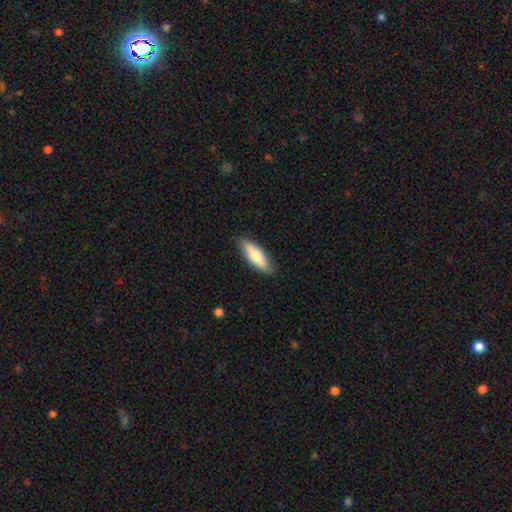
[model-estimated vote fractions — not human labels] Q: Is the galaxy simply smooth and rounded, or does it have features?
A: smooth — 75%.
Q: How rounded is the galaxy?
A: in between — 56%.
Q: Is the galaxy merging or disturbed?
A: none — 87%.